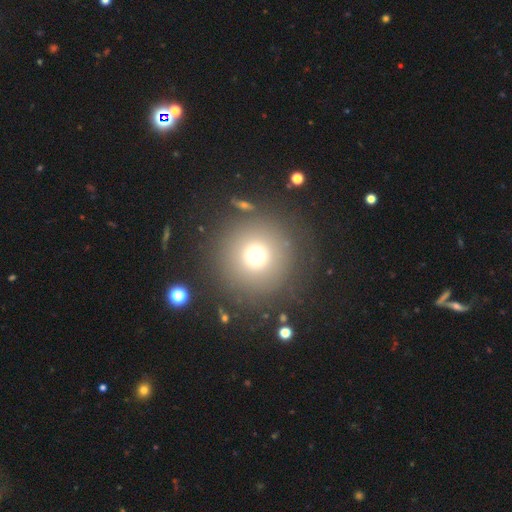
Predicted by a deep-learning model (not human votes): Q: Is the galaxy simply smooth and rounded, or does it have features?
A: smooth — 71%.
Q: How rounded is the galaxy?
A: round — 96%.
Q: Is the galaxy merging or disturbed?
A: none — 84%.